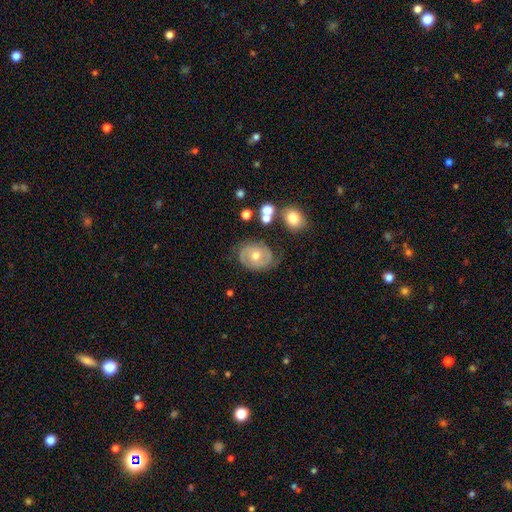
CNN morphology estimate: A featured or disk galaxy (76%) with no bar (69%), 2 (75%) tight (57%) spiral arms (87%) and a moderate central bulge (70%). Merging: none (70%).